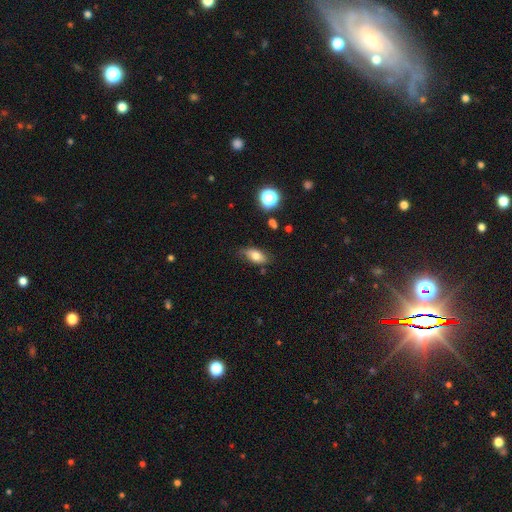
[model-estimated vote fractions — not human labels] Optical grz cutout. It shows a smooth galaxy with no disk features (74%) that is in between round and cigar-shaped (86%). Merging: none (73%).